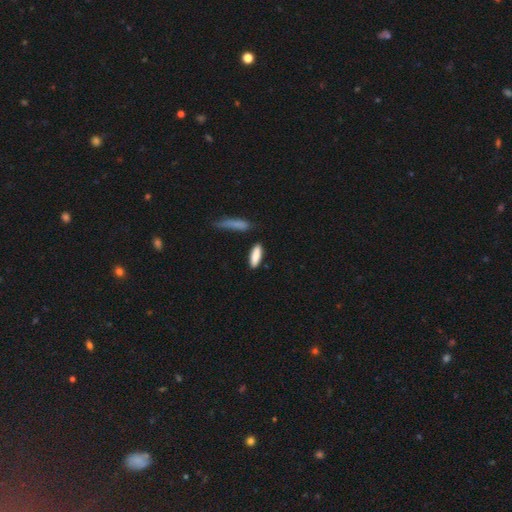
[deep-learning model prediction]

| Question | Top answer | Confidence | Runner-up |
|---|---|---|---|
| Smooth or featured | smooth | 86% | featured or disk (9%) |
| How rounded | in between | 50% | cigar-shaped (48%) |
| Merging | none | 80% | minor disturbance (12%) |